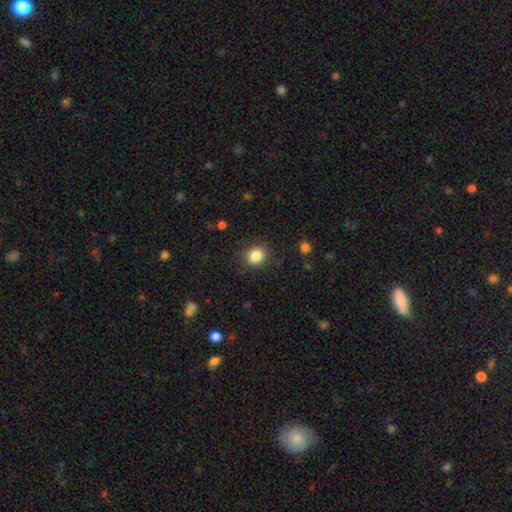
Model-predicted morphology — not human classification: type=smooth (85%); roundness=round (66%); merging=none (86%).